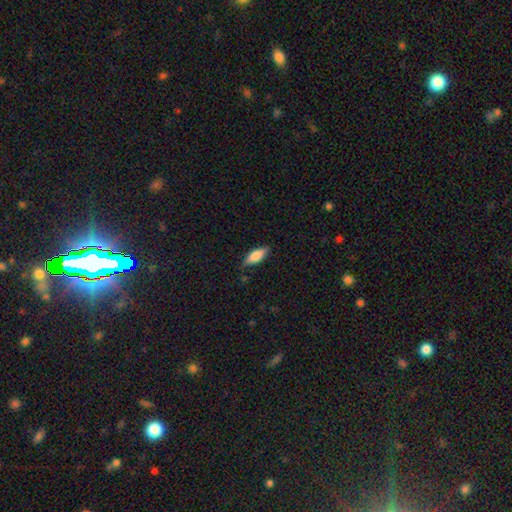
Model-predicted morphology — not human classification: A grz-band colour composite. It shows a smooth galaxy with no disk features (75%) that is in between round and cigar-shaped (67%). Merging: none (79%).